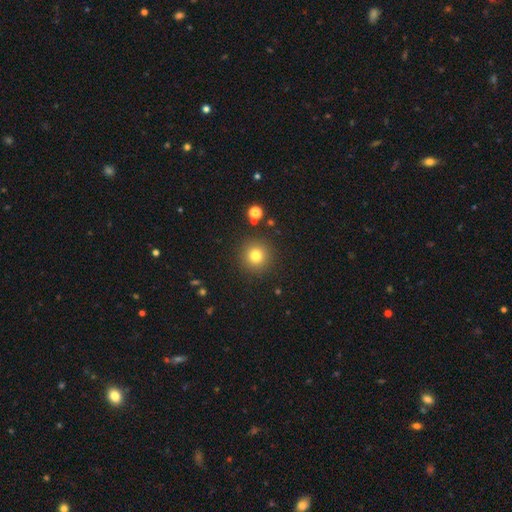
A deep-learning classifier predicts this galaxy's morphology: Smooth or featured?
  - smooth: 79% *
  - star or artifact: 14%
  - featured or disk: 7%
How rounded?
  - round: 95% *
  - in between: 4%
  - cigar-shaped: 1%
Merging?
  - none: 89% *
  - minor disturbance: 6%
  - major disturbance: 2%
  - merger: 2%